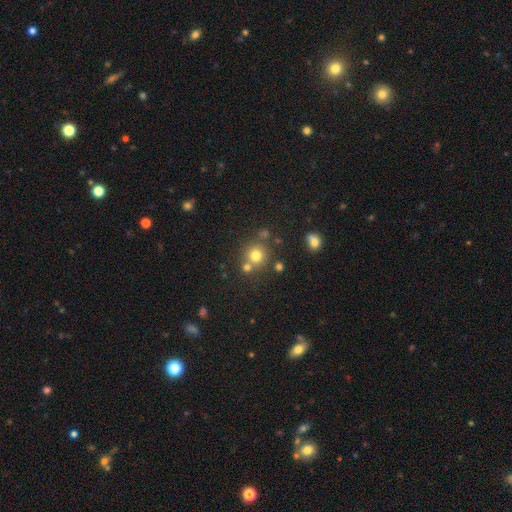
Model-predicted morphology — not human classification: Smooth or featured? Predicted: smooth (p=0.74). How rounded? Predicted: round (p=0.91). Merging? Predicted: none (p=0.68).